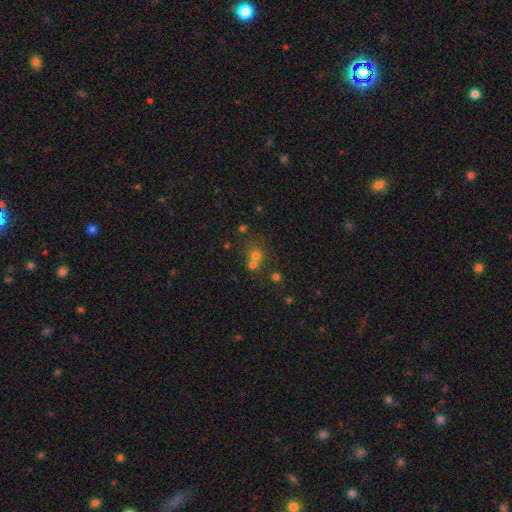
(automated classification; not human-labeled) A smooth galaxy with no disk features (66%) that is round (82%).

Vote fractions:
- Smooth or featured? smooth: 66% / star or artifact: 20% / featured or disk: 13%
- How rounded? round: 82% / in between: 17% / cigar-shaped: 1%
- Merging? merger: 49% / none: 41% / minor disturbance: 7% / major disturbance: 4%